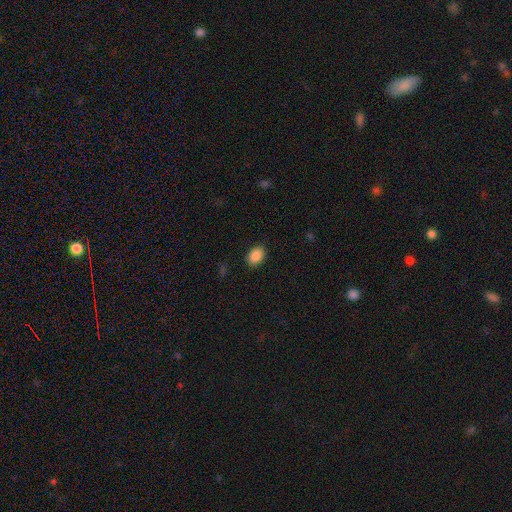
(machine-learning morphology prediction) type=smooth (89%); roundness=in between (79%); merging=none (88%).